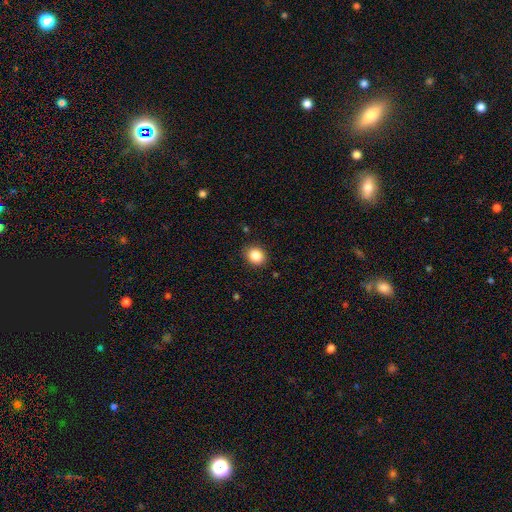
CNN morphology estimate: type=smooth (86%); roundness=round (68%); merging=none (87%).